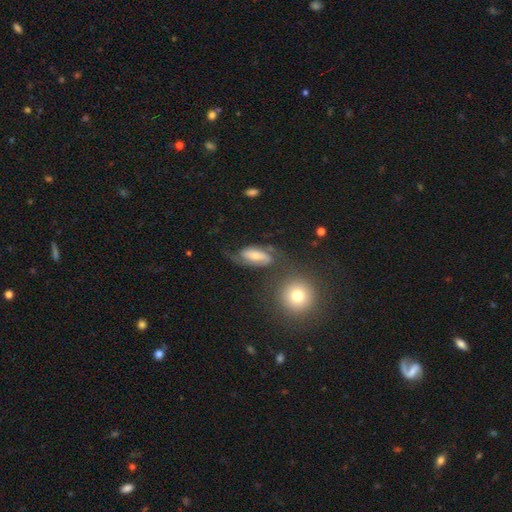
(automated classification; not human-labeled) Smooth or featured? Predicted: featured or disk (p=0.69). Edge-on disk? Predicted: no (p=0.94). Bar? Predicted: no (p=0.37). Spiral arms? Predicted: yes (p=0.92). Spiral winding? Predicted: medium (p=0.43). Spiral arm count? Predicted: 2 (p=0.85). Bulge size? Predicted: small (p=0.45). Merging? Predicted: none (p=0.52).